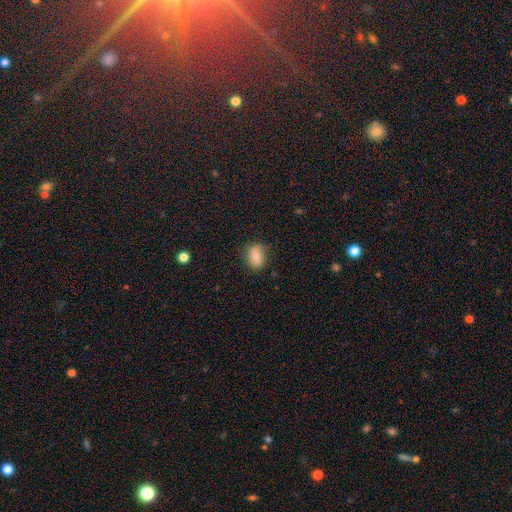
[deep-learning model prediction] The model was most divided on "how rounded": in between: 68%, round: 30%, cigar-shaped: 2%. More confident: smooth or featured — smooth (75%); merging — none (74%).